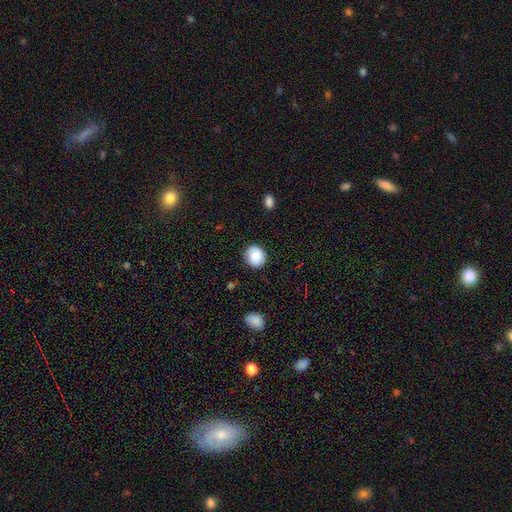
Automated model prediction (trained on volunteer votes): Smooth or featured? Predicted: smooth (p=0.83). How rounded? Predicted: round (p=0.77). Merging? Predicted: none (p=0.85).